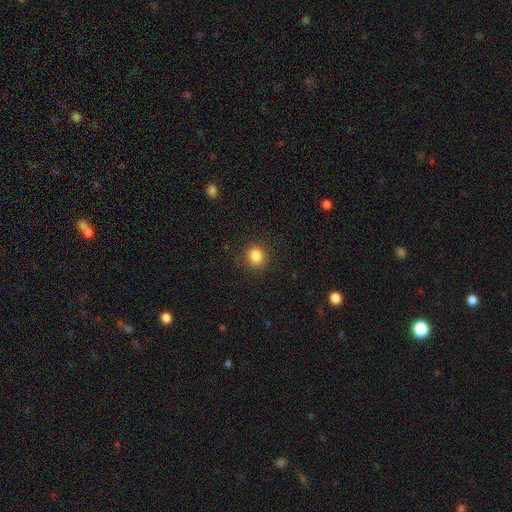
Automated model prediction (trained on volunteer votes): A smooth galaxy with no disk features (85%) that is round (79%). Merging: none (86%).